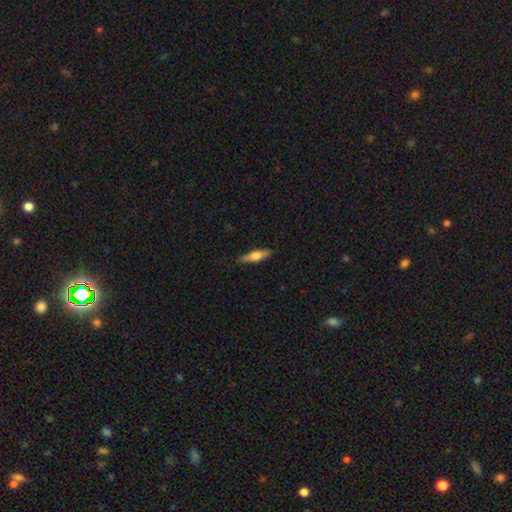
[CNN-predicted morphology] A smooth galaxy with no disk features (57%) that is cigar-shaped (66%). Merging: none (84%).